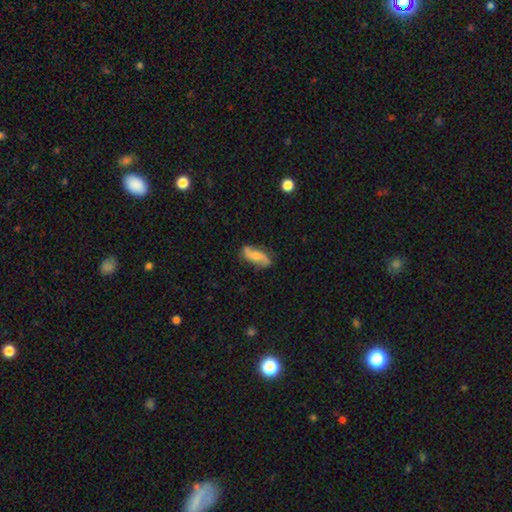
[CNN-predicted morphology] Overall: featured or disk (51%; smooth 42%). Edge-on disk: no (89%). Merging: none (74%).